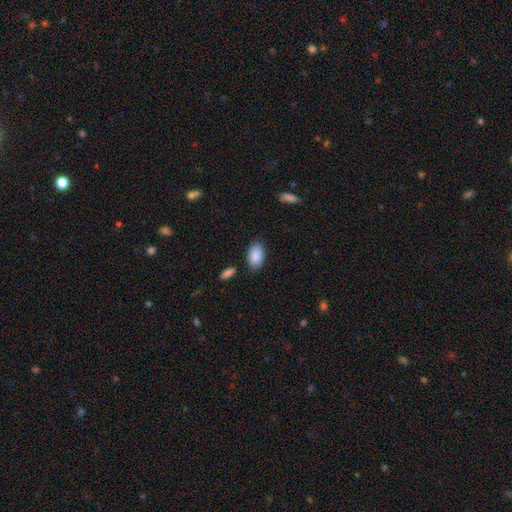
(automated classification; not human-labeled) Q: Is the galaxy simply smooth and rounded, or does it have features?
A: smooth — 89%.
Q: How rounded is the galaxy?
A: in between — 93%.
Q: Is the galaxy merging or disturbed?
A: none — 82%.